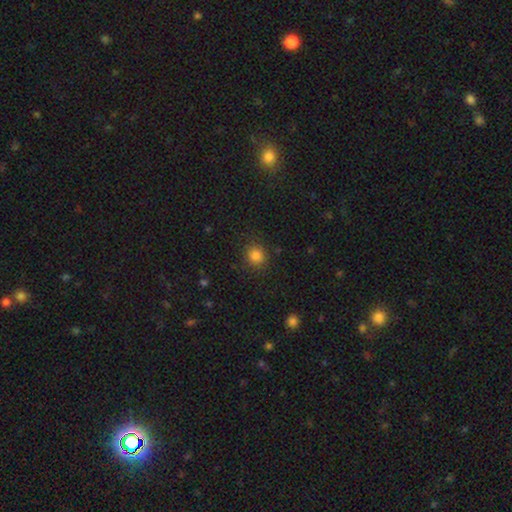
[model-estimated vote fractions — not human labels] Smooth or featured: smooth — 83% (star or artifact — 13%)
How rounded: round — 85% (in between — 14%)
Merging: none — 87% (minor disturbance — 9%)